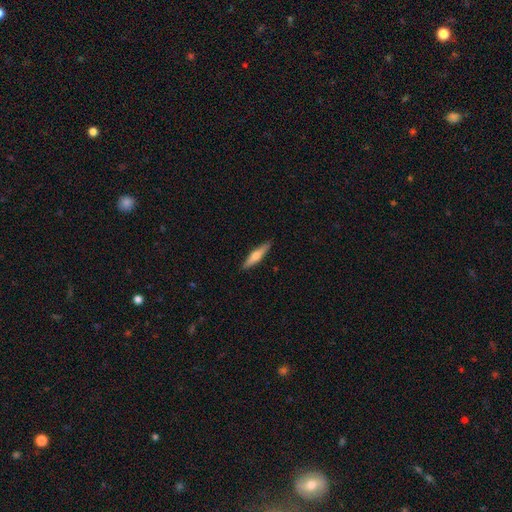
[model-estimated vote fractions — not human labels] This is possibly a smooth galaxy (49%). Merging: clearly none (90%).